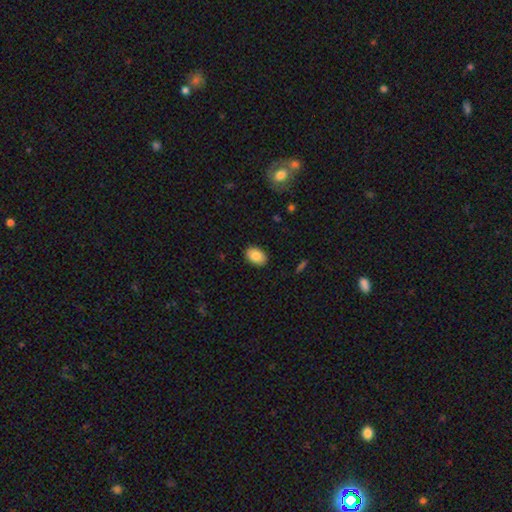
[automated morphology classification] This appears to be a smooth galaxy with no disk features (85%) that is in between round and cigar-shaped (83%). Merging: none (89%).